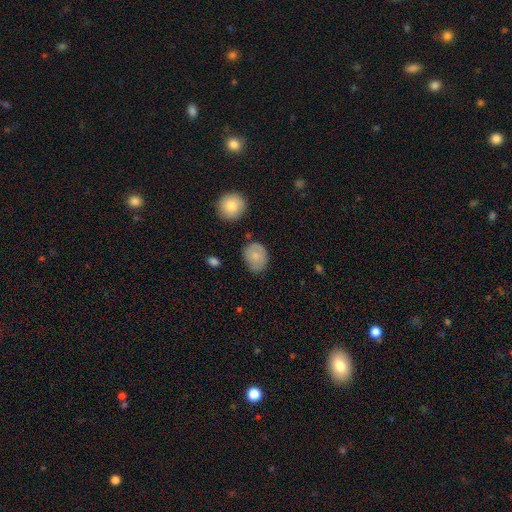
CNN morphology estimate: Overall: smooth (76%). How rounded: round (54%; in between 45%). Merging: none (68%).